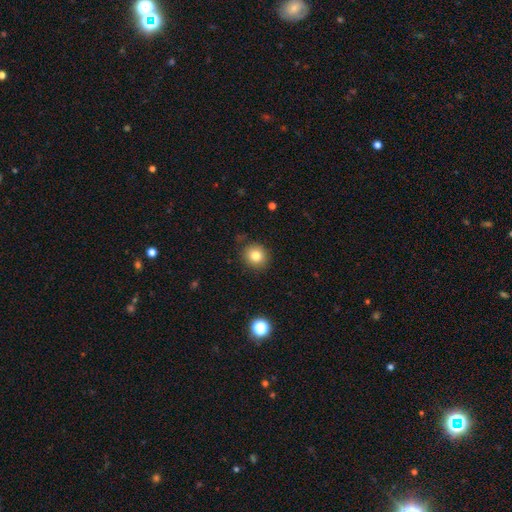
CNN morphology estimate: This is clearly a smooth galaxy (81%). How rounded: clearly round (87%). Merging: clearly none (87%).